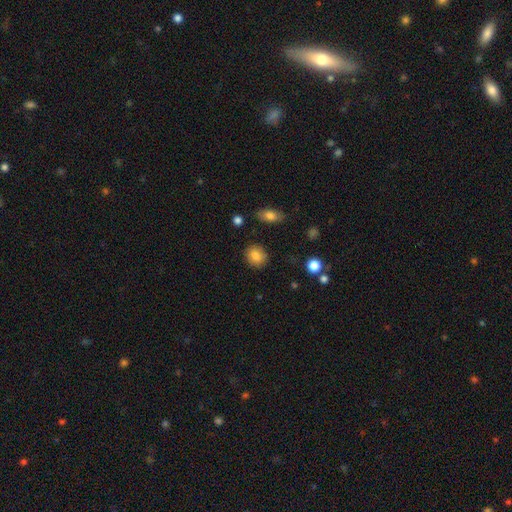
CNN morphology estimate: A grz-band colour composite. It shows a smooth galaxy with no disk features (85%) that is round (71%). Merging: none (88%).